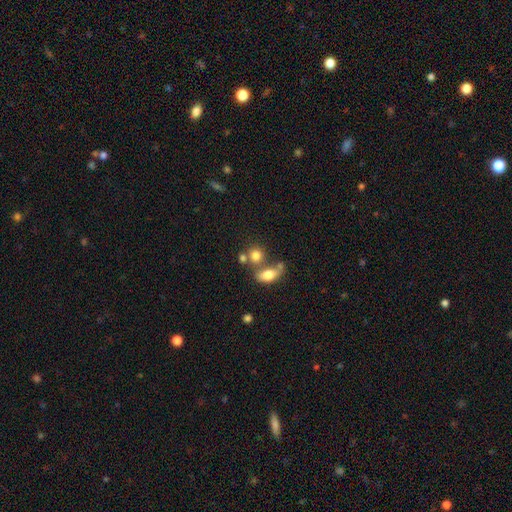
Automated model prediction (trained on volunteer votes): Smooth or featured?
  - smooth: 78% *
  - featured or disk: 12%
  - star or artifact: 10%
How rounded?
  - round: 69% *
  - in between: 29%
  - cigar-shaped: 2%
Merging?
  - none: 47% *
  - merger: 38%
  - minor disturbance: 10%
  - major disturbance: 6%